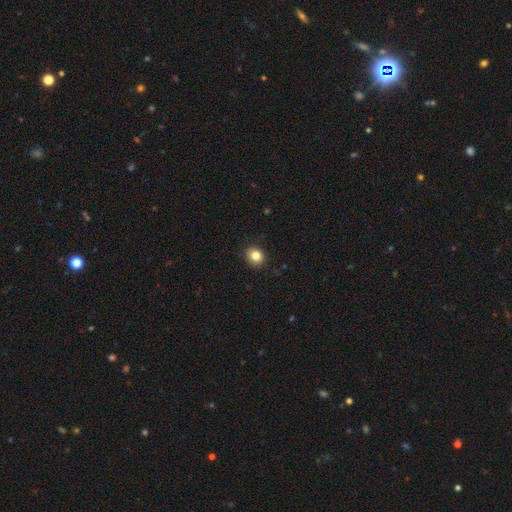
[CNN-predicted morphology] type=smooth (83%); roundness=round (73%); merging=none (90%).